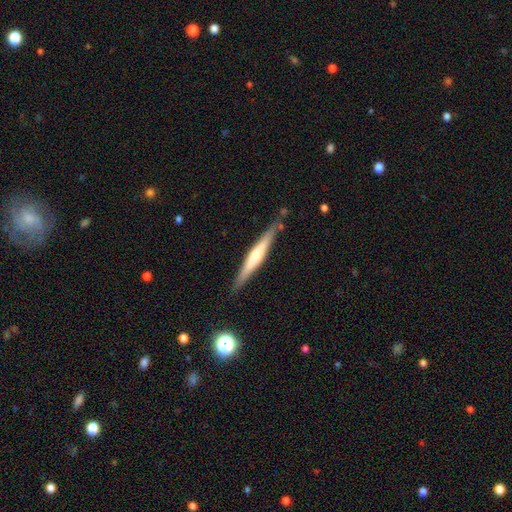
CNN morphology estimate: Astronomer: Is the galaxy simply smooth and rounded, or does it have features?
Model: featured or disk — 56% (runner-up: smooth, 39%).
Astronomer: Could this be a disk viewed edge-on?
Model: yes — 96%.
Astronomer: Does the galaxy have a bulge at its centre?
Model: rounded — 66%.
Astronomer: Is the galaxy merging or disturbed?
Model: none — 86%.